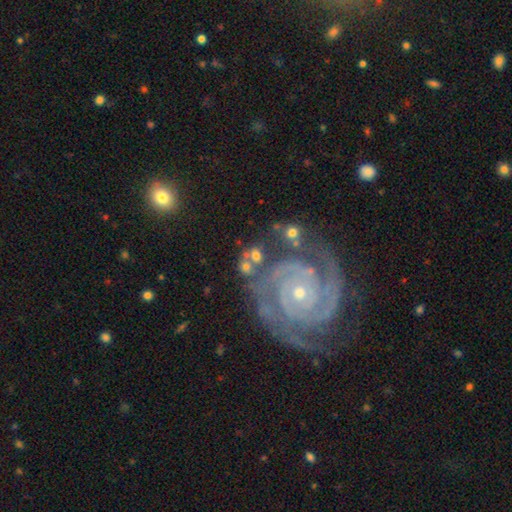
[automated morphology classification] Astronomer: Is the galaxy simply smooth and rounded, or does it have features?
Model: featured or disk — 51% (runner-up: smooth, 38%).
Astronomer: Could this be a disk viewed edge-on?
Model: no — 97%.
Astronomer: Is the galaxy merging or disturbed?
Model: none — 55%.